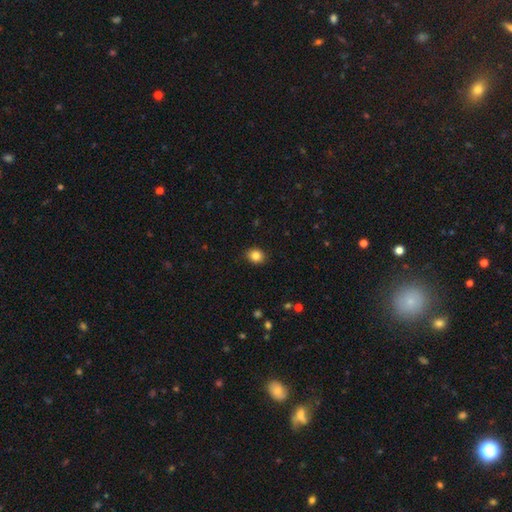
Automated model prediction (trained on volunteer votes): A smooth galaxy with no disk features (85%) that is round (64%). Merging: none (90%).